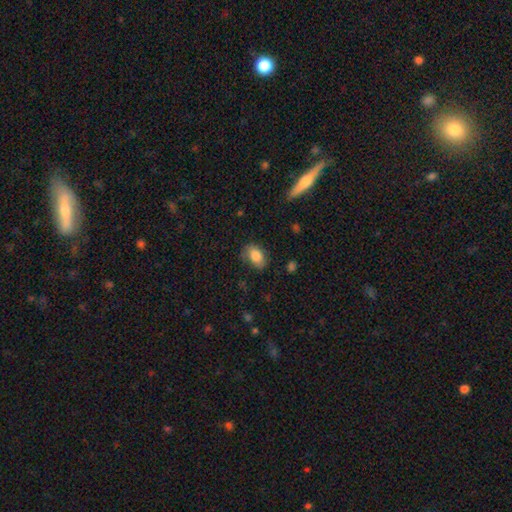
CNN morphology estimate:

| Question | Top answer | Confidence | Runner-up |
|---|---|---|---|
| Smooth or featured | smooth | 82% | featured or disk (10%) |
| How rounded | in between | 86% | round (12%) |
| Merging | none | 72% | minor disturbance (20%) |